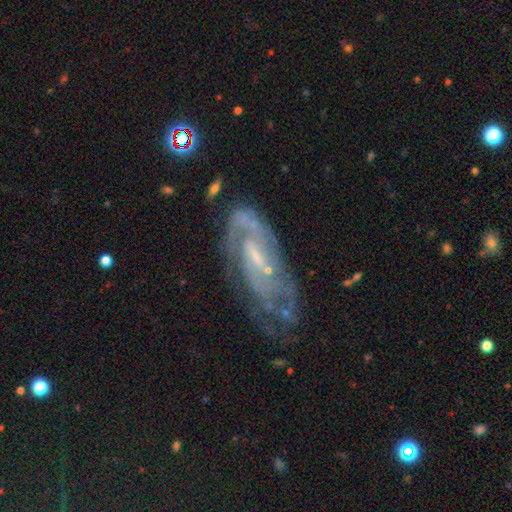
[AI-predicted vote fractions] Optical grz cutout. It shows a featured or disk galaxy (82%) with a weak bar (48%), 2 (38%) tight (49%) spiral arms (85%) and a small central bulge (52%). Merging: none (50%).